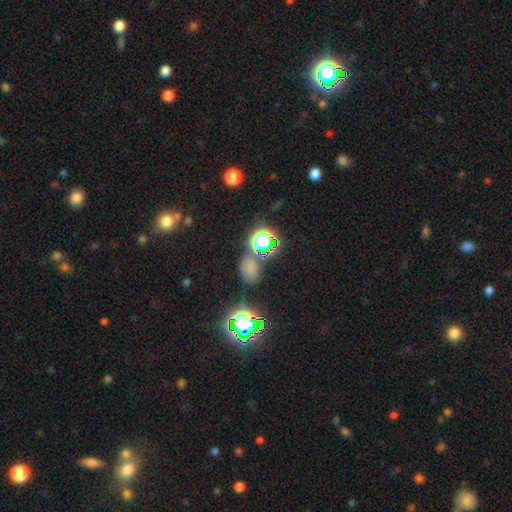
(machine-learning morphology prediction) Overall: star or artifact (67%).